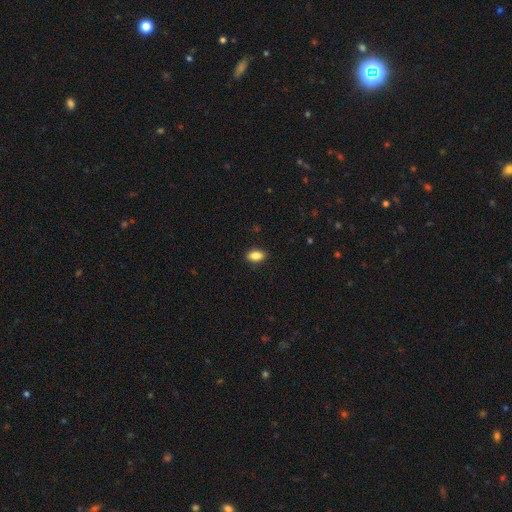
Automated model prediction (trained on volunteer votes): A smooth galaxy with no disk features (85%) that is in between round and cigar-shaped (89%).

Vote fractions:
- Smooth or featured? smooth: 85% / star or artifact: 8% / featured or disk: 6%
- How rounded? in between: 89% / round: 7% / cigar-shaped: 5%
- Merging? none: 89% / minor disturbance: 8% / major disturbance: 2% / merger: 1%